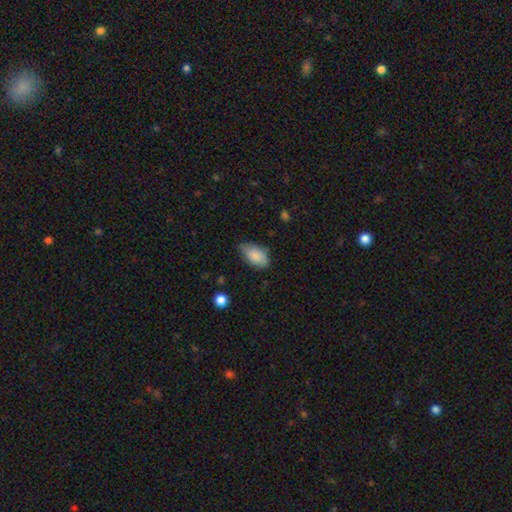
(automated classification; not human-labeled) Smooth or featured? Predicted: smooth (p=0.86). How rounded? Predicted: in between (p=0.93). Merging? Predicted: none (p=0.67).